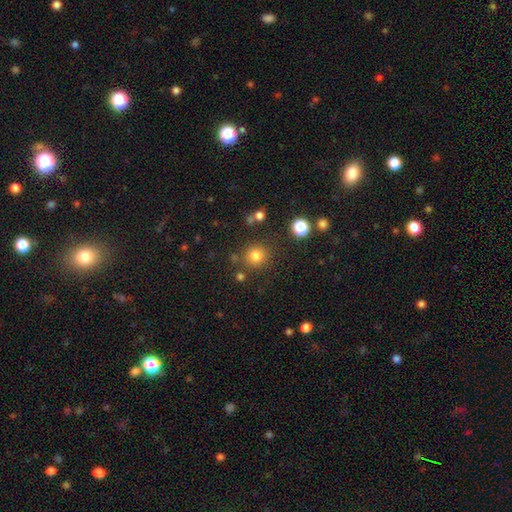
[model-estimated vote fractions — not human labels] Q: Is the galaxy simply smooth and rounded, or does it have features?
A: smooth — 80%.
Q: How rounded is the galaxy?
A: round — 91%.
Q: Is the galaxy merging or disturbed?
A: none — 83%.